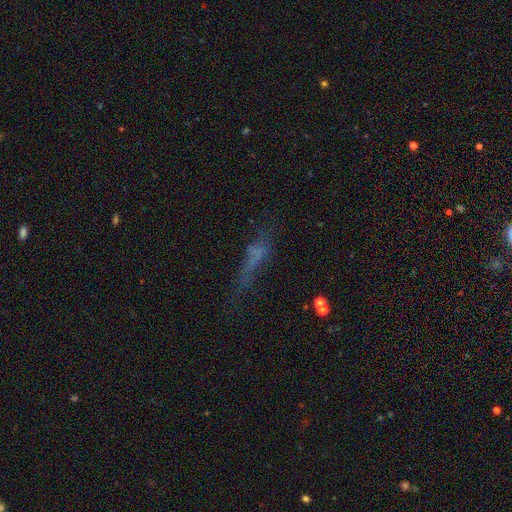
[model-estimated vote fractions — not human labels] Smooth or featured? smooth (43%)
Merging? none (42%)